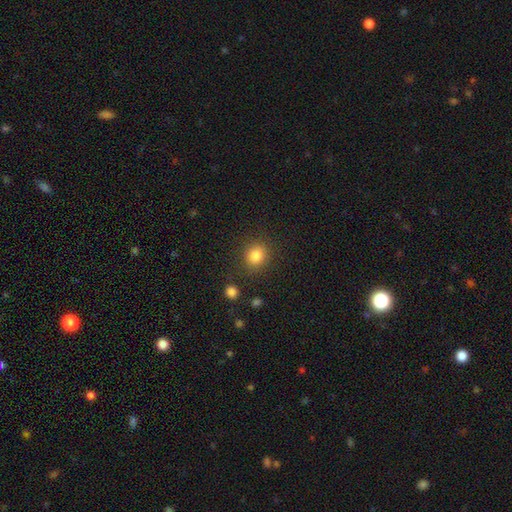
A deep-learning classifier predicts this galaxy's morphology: Smooth or featured? smooth (84%)
How rounded? round (77%)
Merging? none (84%)